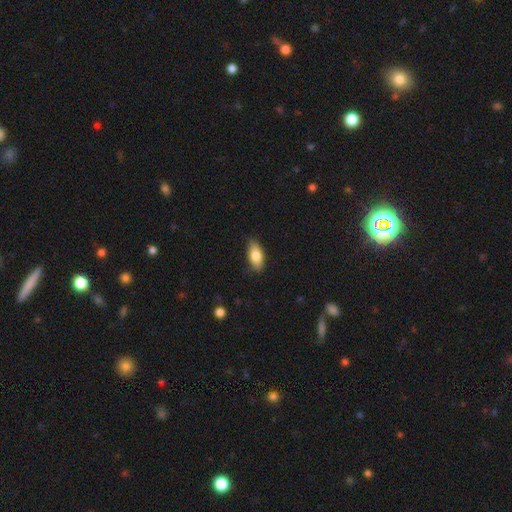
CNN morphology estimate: This is clearly a smooth galaxy (81%). How rounded: clearly in between (87%). Merging: clearly none (83%).